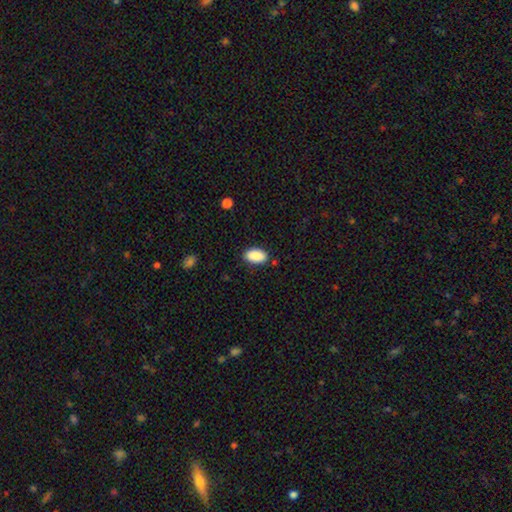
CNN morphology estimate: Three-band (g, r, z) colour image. It shows a smooth galaxy with no disk features (90%) that is in between round and cigar-shaped (94%). Merging: none (86%).